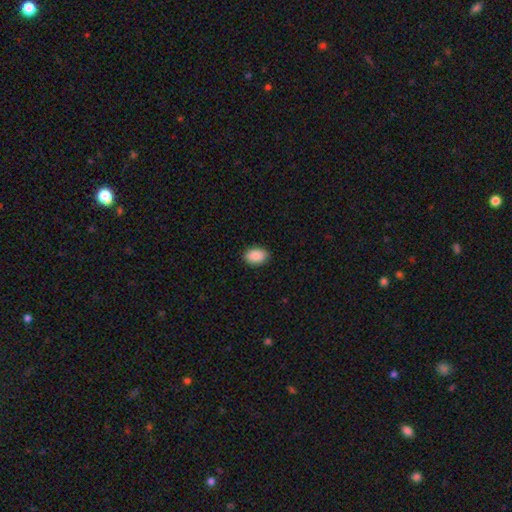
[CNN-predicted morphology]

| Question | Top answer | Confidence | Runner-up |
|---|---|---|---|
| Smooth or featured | smooth | 90% | star or artifact (7%) |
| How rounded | in between | 87% | round (12%) |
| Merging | none | 89% | minor disturbance (8%) |